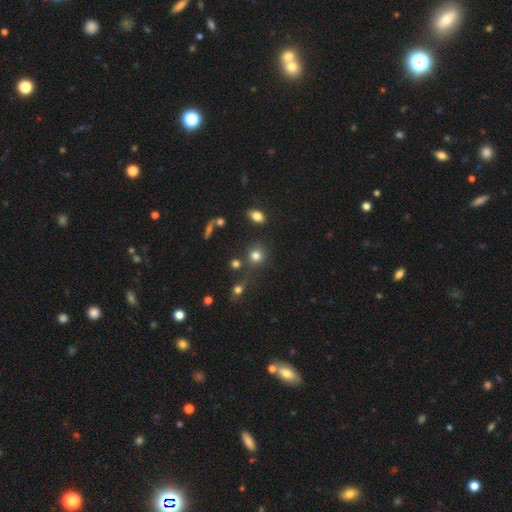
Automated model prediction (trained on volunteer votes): Smooth or featured? Predicted: smooth (p=0.78). How rounded? Predicted: round (p=0.85). Merging? Predicted: none (p=0.70).